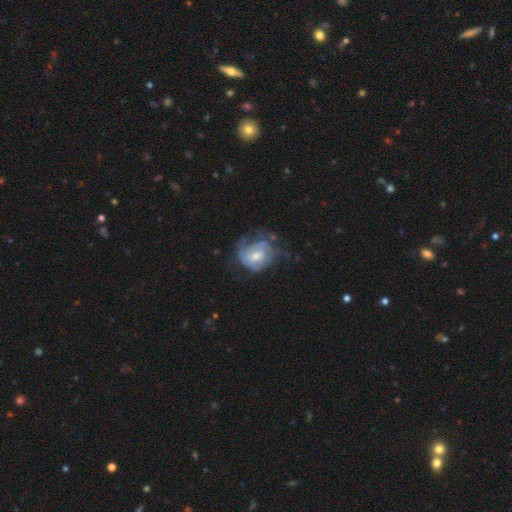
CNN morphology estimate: The model was most divided on "bar": no: 50%, weak: 42%, strong: 7%. Remaining: edge-on disk — no (98%); spiral arms — yes (80%); smooth or featured — featured or disk (69%); bulge size — moderate (53%); spiral winding — tight (51%); spiral arm count — can't tell (45%); merging — none (44%).